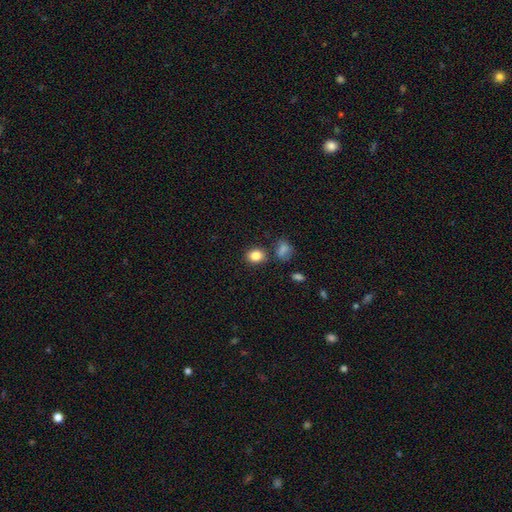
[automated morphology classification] smooth 85%, star or artifact 10%, featured or disk 6%. Down the decision tree: how rounded — round (54%); merging — none (79%).